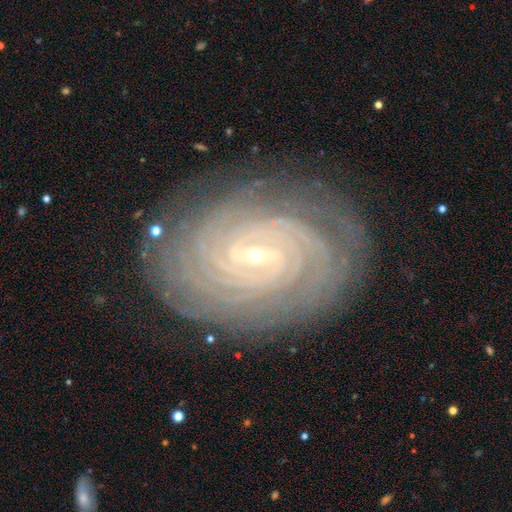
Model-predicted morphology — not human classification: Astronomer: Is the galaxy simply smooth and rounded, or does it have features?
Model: featured or disk — 90%.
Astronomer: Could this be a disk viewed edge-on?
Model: no — 97%.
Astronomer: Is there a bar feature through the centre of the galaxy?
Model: weak — 46% (runner-up: no, 29%).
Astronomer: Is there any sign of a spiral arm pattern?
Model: yes — 98%.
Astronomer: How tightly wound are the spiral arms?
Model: tight — 87%.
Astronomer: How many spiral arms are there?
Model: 4 — 23% (runner-up: can't tell, 21%).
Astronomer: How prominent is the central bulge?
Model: small — 83%.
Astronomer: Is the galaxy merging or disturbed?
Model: none — 85%.